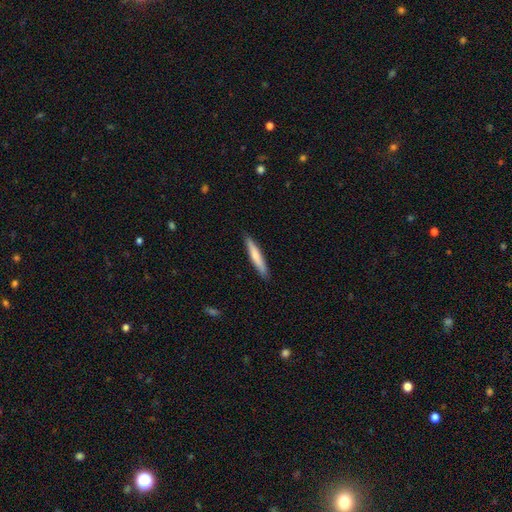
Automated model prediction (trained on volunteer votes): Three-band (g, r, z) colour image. It shows a smooth galaxy with no disk features (68%) that is cigar-shaped (93%). Merging: none (89%).